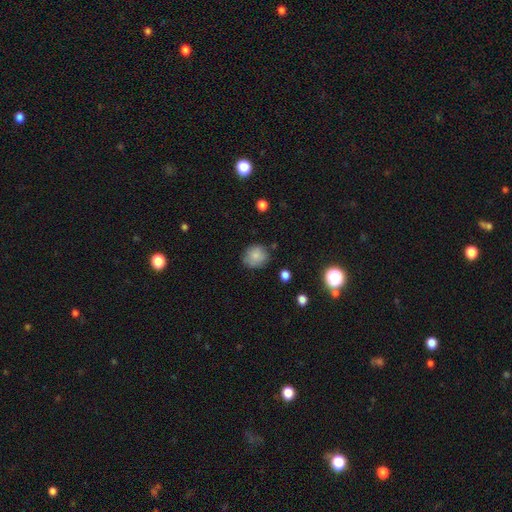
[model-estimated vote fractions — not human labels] Smooth or featured?
  - smooth: 83% *
  - star or artifact: 9%
  - featured or disk: 7%
How rounded?
  - round: 85% *
  - in between: 14%
  - cigar-shaped: 1%
Merging?
  - none: 80% *
  - minor disturbance: 14%
  - major disturbance: 3%
  - merger: 2%